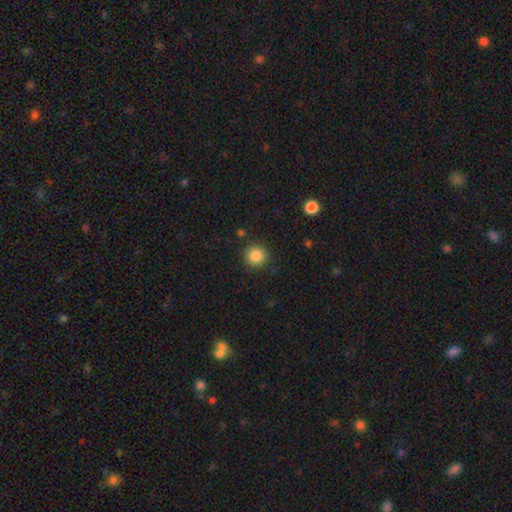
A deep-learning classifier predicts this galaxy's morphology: Smooth or featured? smooth (86%)
How rounded? round (94%)
Merging? none (90%)